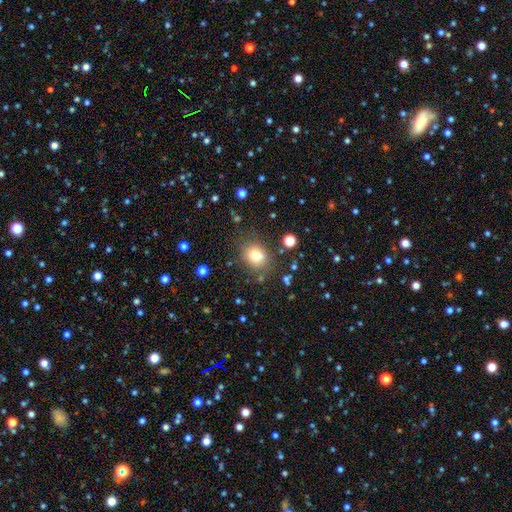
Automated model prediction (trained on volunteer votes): smooth_or_featured: smooth (p=0.76) [alt: star or artifact p=0.13]
how_rounded: round (p=0.64) [alt: in between p=0.35]
merging: none (p=0.75) [alt: minor disturbance p=0.14]